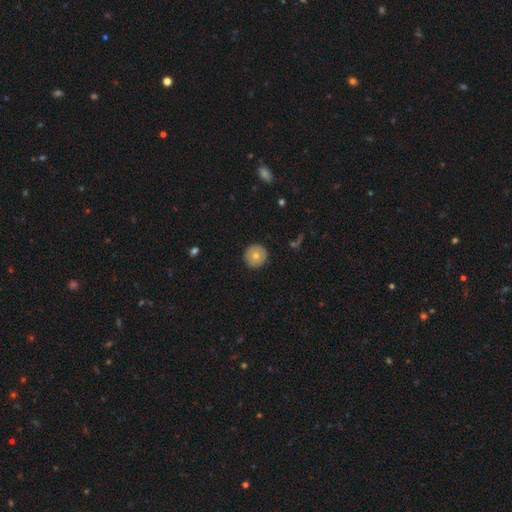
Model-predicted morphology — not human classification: smooth_or_featured: smooth (p=0.69) [alt: featured or disk p=0.24]
how_rounded: round (p=0.96) [alt: in between p=0.03]
merging: none (p=0.92) [alt: minor disturbance p=0.06]